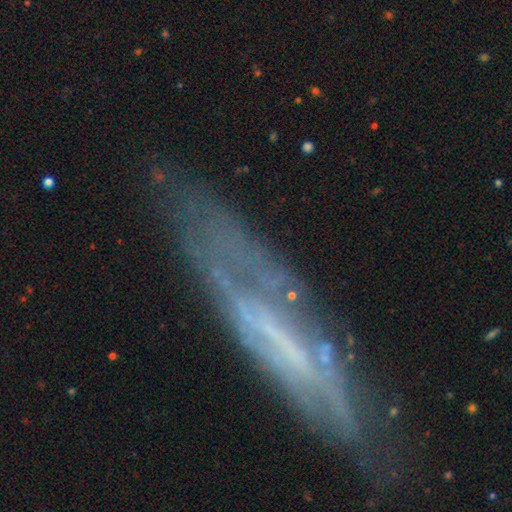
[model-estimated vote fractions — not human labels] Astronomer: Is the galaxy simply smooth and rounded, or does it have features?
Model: featured or disk — 71%.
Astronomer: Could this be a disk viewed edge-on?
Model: yes — 56% (runner-up: no, 44%).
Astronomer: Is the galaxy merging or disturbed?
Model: none — 67%.